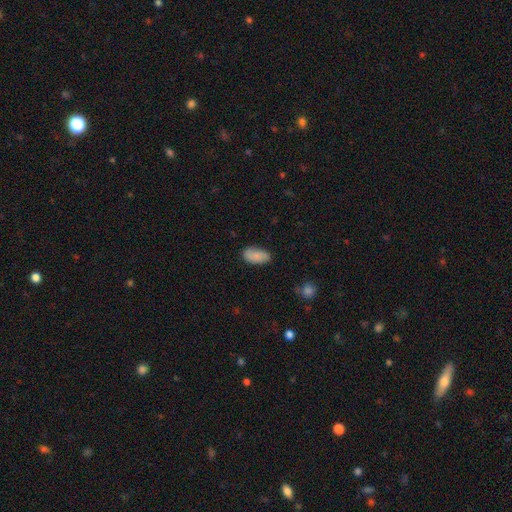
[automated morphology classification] A smooth galaxy with no disk features (84%) that is in between round and cigar-shaped (94%). Merging: none (76%).